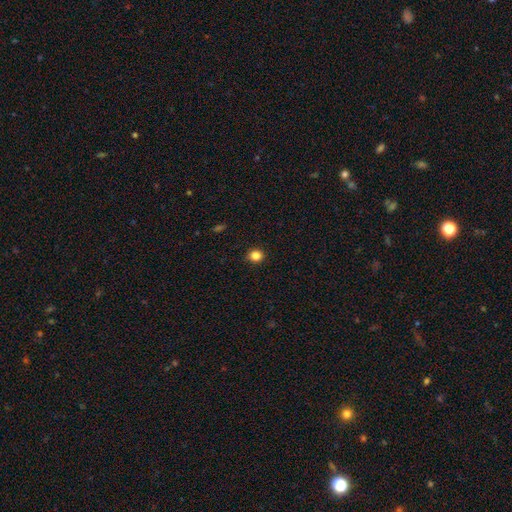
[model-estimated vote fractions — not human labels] A smooth galaxy with no disk features (84%) that is round (86%).

Vote fractions:
- Smooth or featured? smooth: 84% / star or artifact: 12% / featured or disk: 4%
- How rounded? round: 86% / in between: 13% / cigar-shaped: 1%
- Merging? none: 91% / minor disturbance: 7% / major disturbance: 2% / merger: 1%